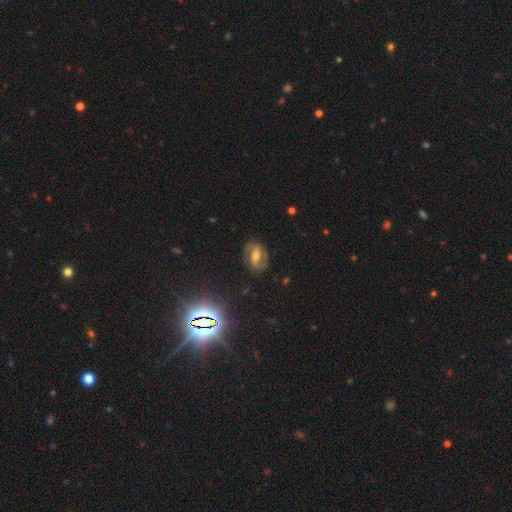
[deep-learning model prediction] smooth-or-featured: featured or disk: 74% | smooth: 15% | star or artifact: 12%
  disk-edge-on: no: 95% | yes: 5%
    bar: strong: 45% | weak: 36% | no: 19%
    has-spiral-arms: yes: 87% | no: 13%
      spiral-winding: medium: 46% | loose: 31% | tight: 23%
      spiral-arm-count: 2: 89% | can't tell: 5% | 1: 2% | 3: 1% | 4: 1% | more than 4: 1%
    bulge-size: moderate: 61% | small: 28% | large: 6% | none: 3% | dominant: 1%
  merging: none: 80% | minor disturbance: 13% | major disturbance: 5% | merger: 1%